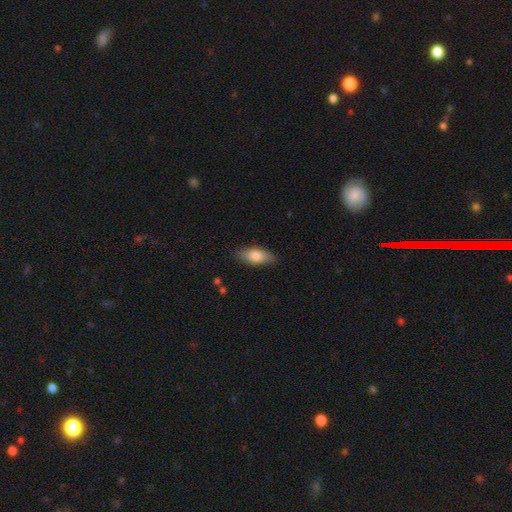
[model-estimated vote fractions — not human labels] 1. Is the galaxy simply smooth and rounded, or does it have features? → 79% smooth, 15% featured or disk, 6% star or artifact.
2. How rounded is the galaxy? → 80% in between, 17% cigar-shaped, 3% round.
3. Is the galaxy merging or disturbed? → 85% none, 12% minor disturbance, 2% major disturbance, 1% merger.